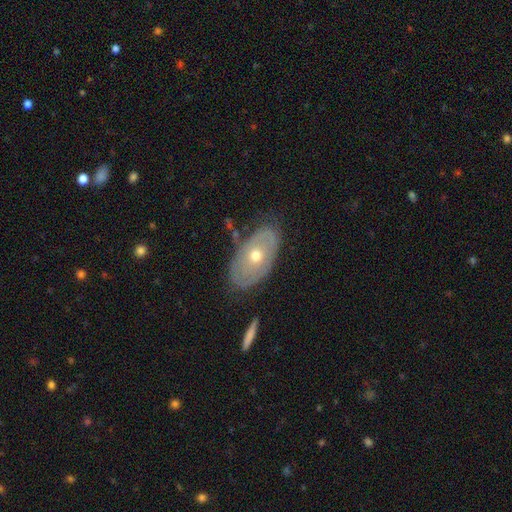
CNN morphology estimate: Smooth or featured: featured or disk — 62% (smooth — 31%)
Edge-on disk: no — 89% (yes — 11%)
Bar: no — 89% (weak — 9%)
Spiral arms: no — 60% (yes — 40%)
Bulge size: moderate — 65% (small — 30%)
Merging: none — 76% (minor disturbance — 17%)